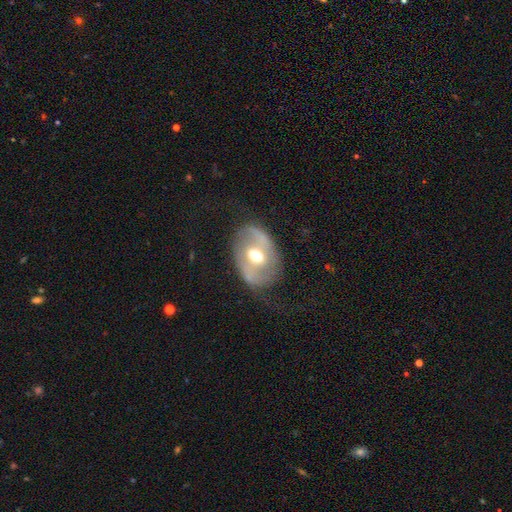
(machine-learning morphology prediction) smooth-or-featured: featured or disk: 67% | smooth: 26% | star or artifact: 6%
  disk-edge-on: no: 94% | yes: 6%
    bar: weak: 43% | no: 35% | strong: 22%
    has-spiral-arms: yes: 60% | no: 40%
    bulge-size: moderate: 71% | large: 20% | small: 7% | dominant: 2% | none: 1%
  merging: none: 61% | minor disturbance: 23% | major disturbance: 14% | merger: 2%